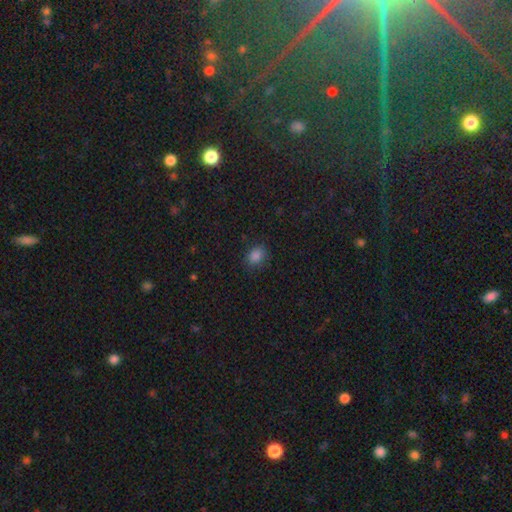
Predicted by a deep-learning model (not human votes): Morphology: type=smooth (82%); roundness=in between (52%); merging=none (80%).